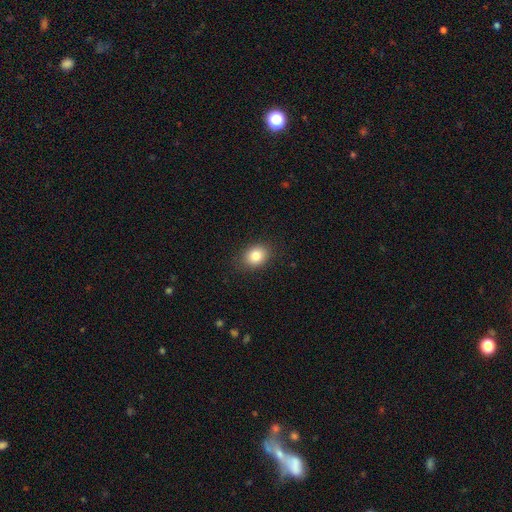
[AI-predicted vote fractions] Smooth or featured?
  - smooth: 83% *
  - star or artifact: 10%
  - featured or disk: 7%
How rounded?
  - in between: 53% *
  - round: 46%
  - cigar-shaped: 1%
Merging?
  - none: 87% *
  - minor disturbance: 10%
  - major disturbance: 3%
  - merger: 1%